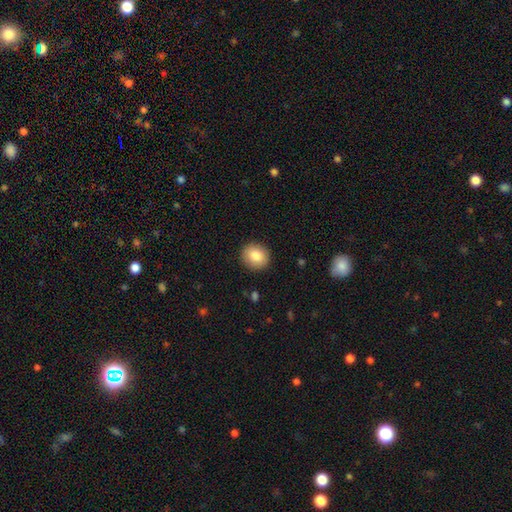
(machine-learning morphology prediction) smooth 84%, star or artifact 8%, featured or disk 8%. Down the decision tree: how rounded — round (80%); merging — none (91%).